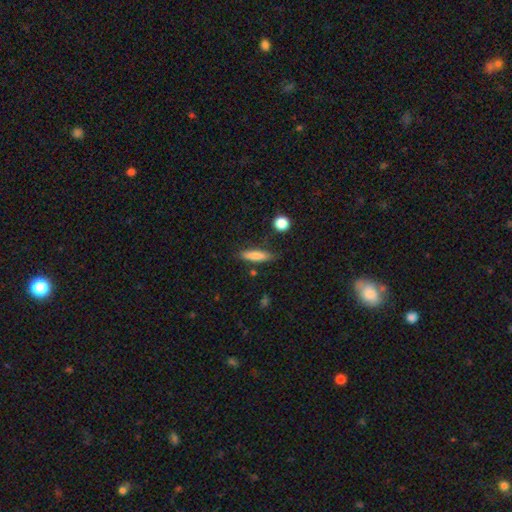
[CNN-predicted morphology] Smooth or featured?
  - smooth: 77% *
  - featured or disk: 16%
  - star or artifact: 7%
How rounded?
  - cigar-shaped: 75% *
  - in between: 23%
  - round: 2%
Merging?
  - none: 80% *
  - minor disturbance: 14%
  - major disturbance: 3%
  - merger: 3%